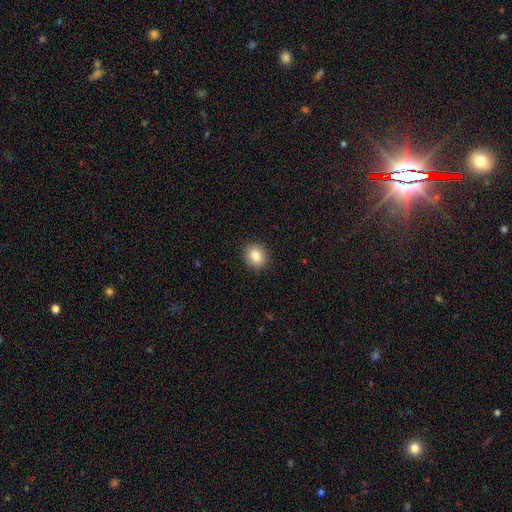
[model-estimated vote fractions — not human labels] Q: Smooth or featured?
A: smooth (84%); runner-up: star or artifact (9%)
Q: How rounded?
A: round (66%); runner-up: in between (33%)
Q: Merging?
A: none (90%); runner-up: minor disturbance (7%)